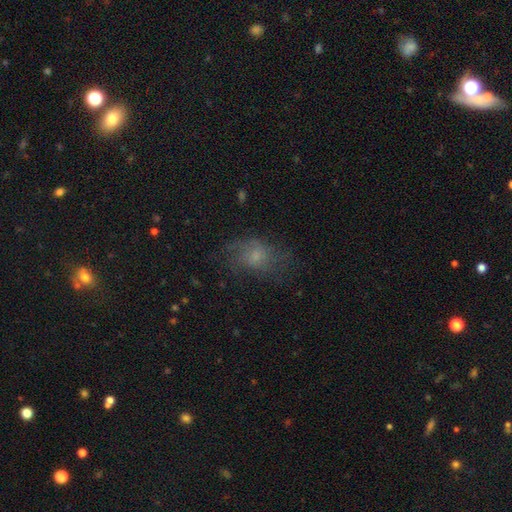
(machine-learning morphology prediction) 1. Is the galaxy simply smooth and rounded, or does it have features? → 54% smooth, 32% featured or disk, 14% star or artifact.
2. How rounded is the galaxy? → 73% in between, 25% round, 2% cigar-shaped.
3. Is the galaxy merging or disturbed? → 55% none, 23% minor disturbance, 21% major disturbance, 2% merger.